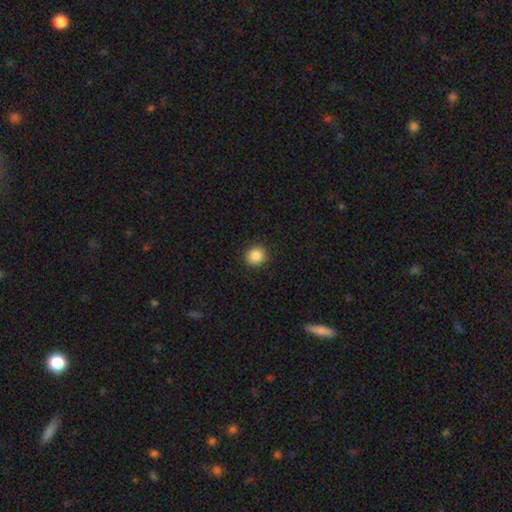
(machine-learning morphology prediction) Overall: smooth (87%). How rounded: round (85%). Merging: none (91%).